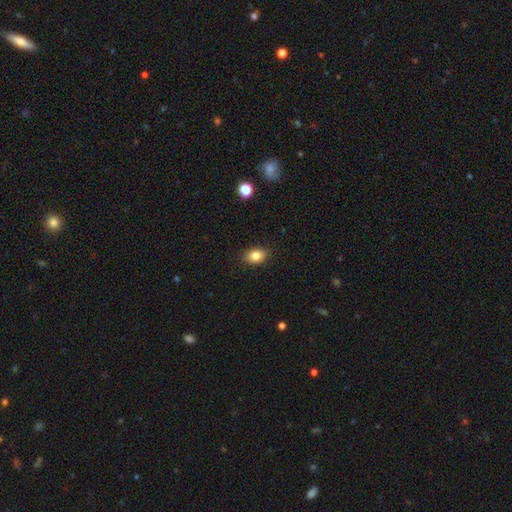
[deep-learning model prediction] Smooth or featured?
  - smooth: 84% *
  - star or artifact: 9%
  - featured or disk: 7%
How rounded?
  - in between: 76% *
  - round: 23%
  - cigar-shaped: 1%
Merging?
  - none: 88% *
  - minor disturbance: 9%
  - major disturbance: 2%
  - merger: 1%